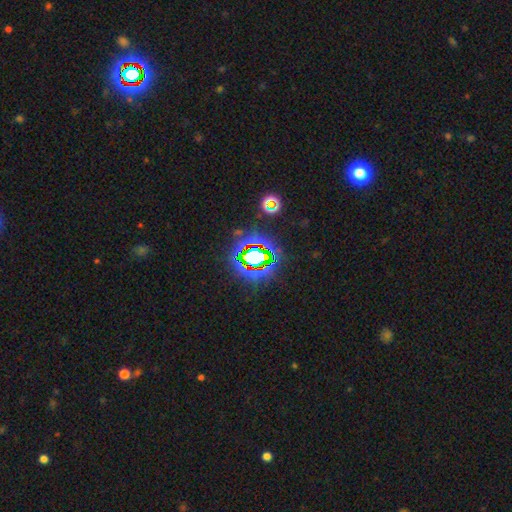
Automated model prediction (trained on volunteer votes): smooth-or-featured: star or artifact: 70% | smooth: 17% | featured or disk: 12%